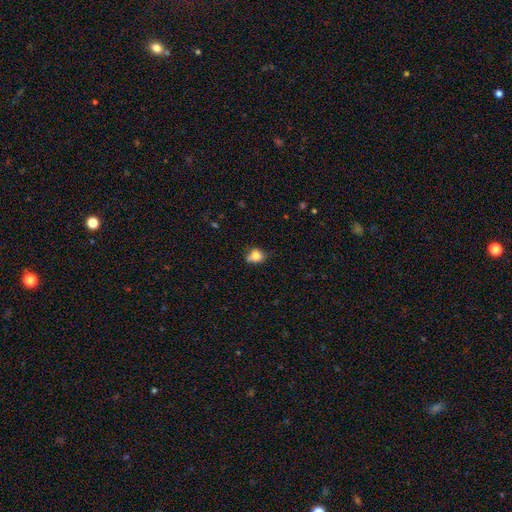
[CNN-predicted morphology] Smooth or featured? smooth (77%)
How rounded? in between (49%, tied with round)
Merging? none (48%)